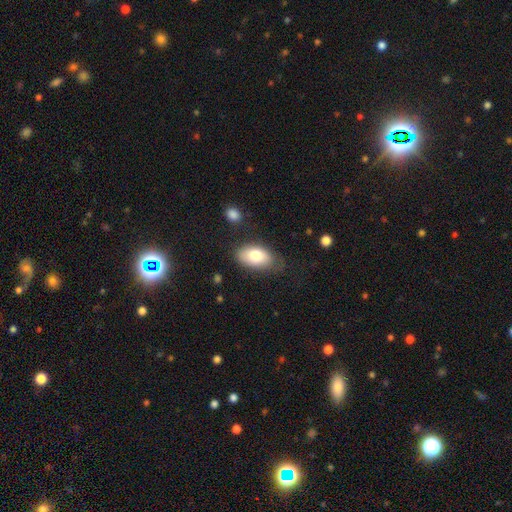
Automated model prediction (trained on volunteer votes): Q: Smooth or featured?
A: smooth (78%); runner-up: featured or disk (16%)
Q: How rounded?
A: in between (93%); runner-up: round (6%)
Q: Merging?
A: none (71%); runner-up: minor disturbance (20%)